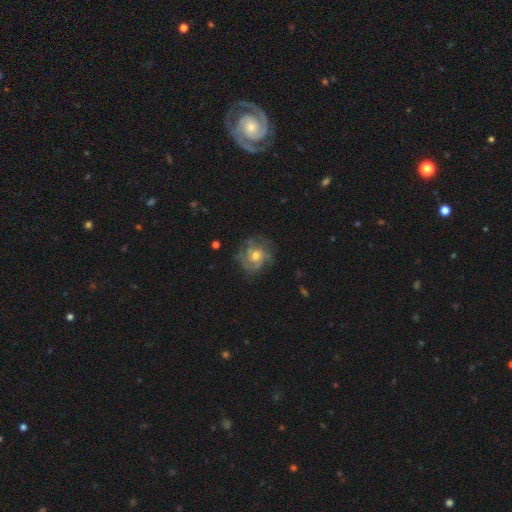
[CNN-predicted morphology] Smooth or featured?
  - featured or disk: 73% *
  - smooth: 20%
  - star or artifact: 8%
Edge-on disk?
  - no: 98% *
  - yes: 2%
Bar?
  - no: 75% *
  - weak: 22%
  - strong: 3%
Spiral arms?
  - yes: 88% *
  - no: 12%
Spiral winding?
  - tight: 50% *
  - medium: 37%
  - loose: 13%
Spiral arm count?
  - can't tell: 32% *
  - 3: 26%
  - 2: 23%
  - 4: 8%
  - 1: 6%
  - more than 4: 5%
Bulge size?
  - moderate: 68% *
  - small: 21%
  - large: 8%
  - none: 2%
  - dominant: 1%
Merging?
  - none: 70% *
  - minor disturbance: 19%
  - major disturbance: 10%
  - merger: 1%